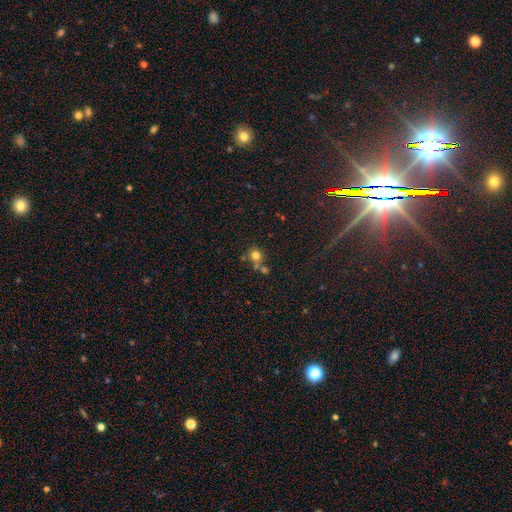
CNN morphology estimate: smooth 76%, star or artifact 16%, featured or disk 8%. Down the decision tree: how rounded — round (87%); merging — none (57%).